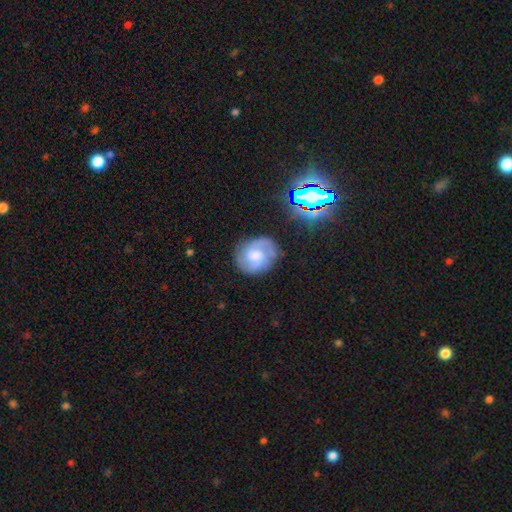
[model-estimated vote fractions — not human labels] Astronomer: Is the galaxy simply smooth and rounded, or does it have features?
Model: featured or disk — 72%.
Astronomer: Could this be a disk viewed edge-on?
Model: no — 98%.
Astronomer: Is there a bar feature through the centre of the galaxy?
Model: no — 52% (runner-up: weak, 41%).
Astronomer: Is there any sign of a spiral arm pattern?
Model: yes — 94%.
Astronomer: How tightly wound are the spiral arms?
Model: medium — 48% (runner-up: tight, 36%).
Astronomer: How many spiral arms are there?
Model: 2 — 60%.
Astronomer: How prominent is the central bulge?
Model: moderate — 45% (runner-up: small, 33%).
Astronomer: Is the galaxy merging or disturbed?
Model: none — 73%.